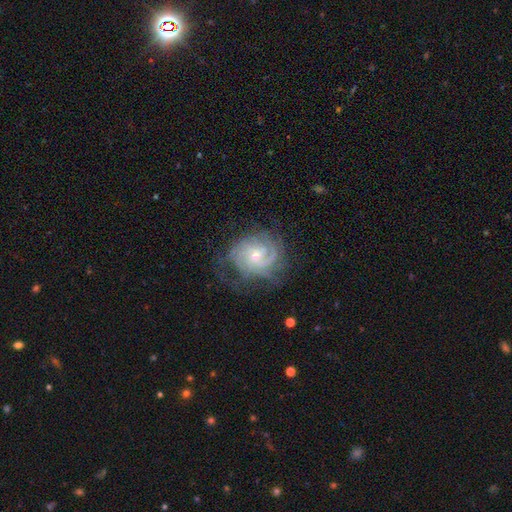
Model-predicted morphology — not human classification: Smooth or featured? Predicted: featured or disk (p=0.86). Edge-on disk? Predicted: no (p=0.98). Bar? Predicted: no (p=0.60). Spiral arms? Predicted: yes (p=0.97). Spiral winding? Predicted: tight (p=0.63). Spiral arm count? Predicted: can't tell (p=0.29). Bulge size? Predicted: small (p=0.63). Merging? Predicted: none (p=0.63).